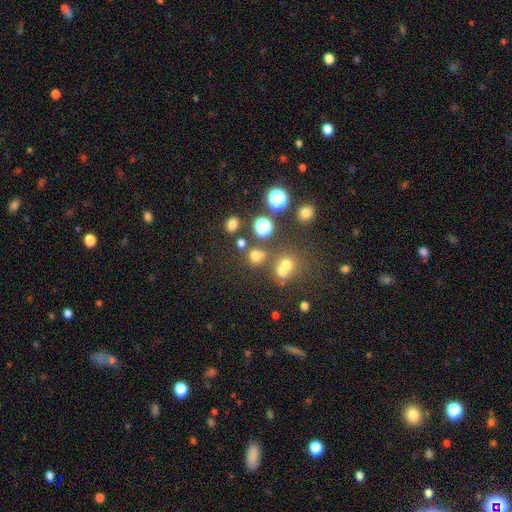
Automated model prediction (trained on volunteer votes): Smooth or featured?
  - smooth: 66% *
  - star or artifact: 25%
  - featured or disk: 10%
How rounded?
  - round: 84% *
  - in between: 15%
  - cigar-shaped: 1%
Merging?
  - none: 64% *
  - merger: 22%
  - minor disturbance: 9%
  - major disturbance: 5%